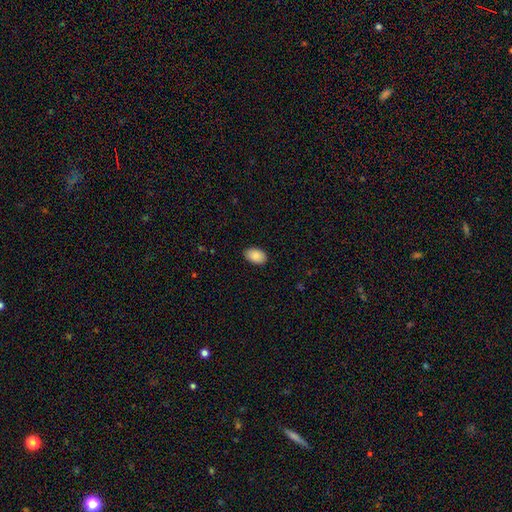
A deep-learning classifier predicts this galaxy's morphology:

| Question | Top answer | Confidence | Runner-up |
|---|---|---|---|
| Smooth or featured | smooth | 89% | star or artifact (7%) |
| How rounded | in between | 91% | round (8%) |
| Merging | none | 89% | minor disturbance (8%) |